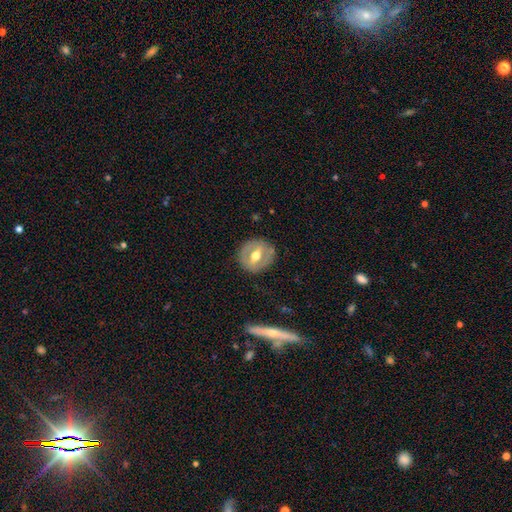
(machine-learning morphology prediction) smooth-or-featured: featured or disk: 58% | smooth: 37% | star or artifact: 6%
  disk-edge-on: no: 90% | yes: 10%
    bar: weak: 39% | strong: 35% | no: 26%
    has-spiral-arms: no: 78% | yes: 22%
    bulge-size: moderate: 78% | large: 11% | small: 9% | dominant: 1% | none: 1%
  merging: none: 84% | minor disturbance: 11% | major disturbance: 4% | merger: 1%